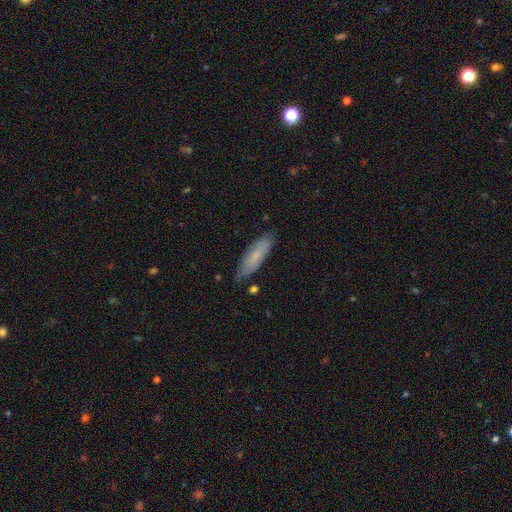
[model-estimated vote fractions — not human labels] Smooth or featured?
  - smooth: 71% *
  - featured or disk: 22%
  - star or artifact: 6%
How rounded?
  - cigar-shaped: 61% *
  - in between: 38%
  - round: 2%
Merging?
  - none: 78% *
  - minor disturbance: 17%
  - major disturbance: 3%
  - merger: 2%